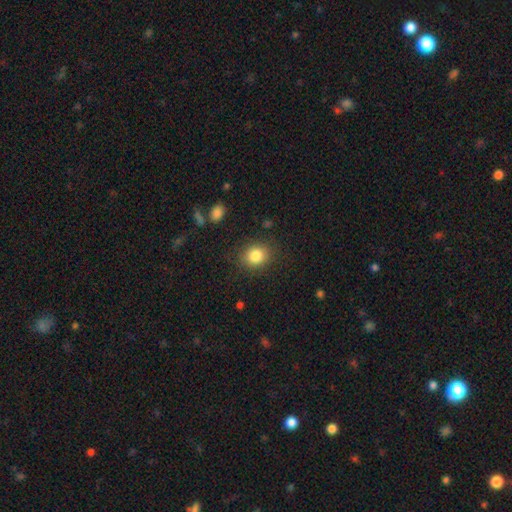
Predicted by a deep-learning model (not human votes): Smooth or featured? smooth (84%)
How rounded? round (61%)
Merging? none (85%)